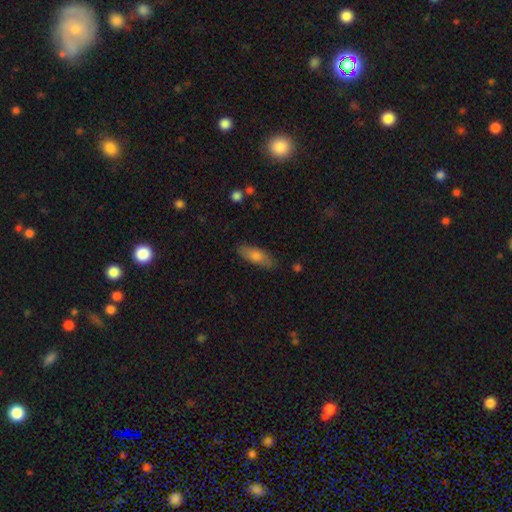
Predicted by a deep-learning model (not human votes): Q: Smooth or featured?
A: smooth (76%); runner-up: featured or disk (18%)
Q: How rounded?
A: in between (66%); runner-up: cigar-shaped (32%)
Q: Merging?
A: none (82%); runner-up: minor disturbance (14%)